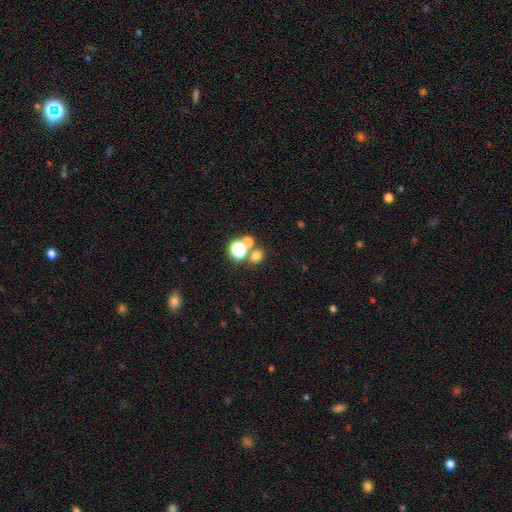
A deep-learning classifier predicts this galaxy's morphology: The model was most divided on "merging": none: 61%, merger: 29%, minor disturbance: 7%, major disturbance: 4%. More confident: how rounded — round (76%); smooth or featured — smooth (67%).